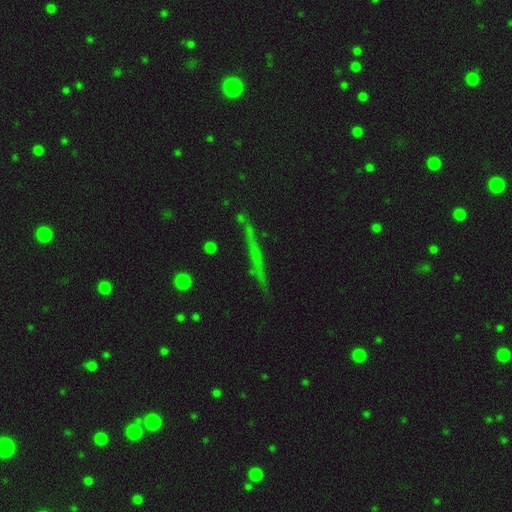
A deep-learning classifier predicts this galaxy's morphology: This appears to be a featured or disk galaxy (47%). Merging: none (83%).